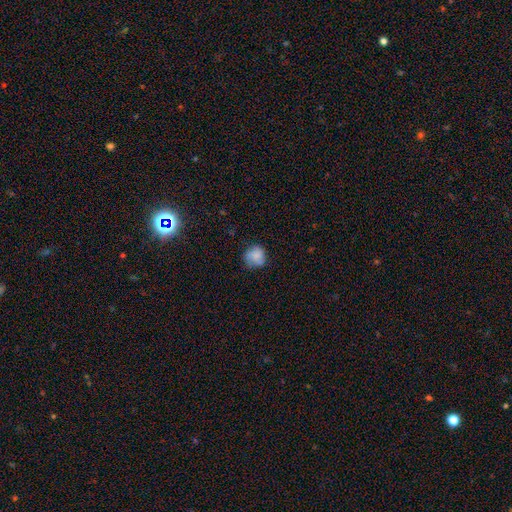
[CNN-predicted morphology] A smooth galaxy with no disk features (74%) that is round (85%). Merging: none (70%).